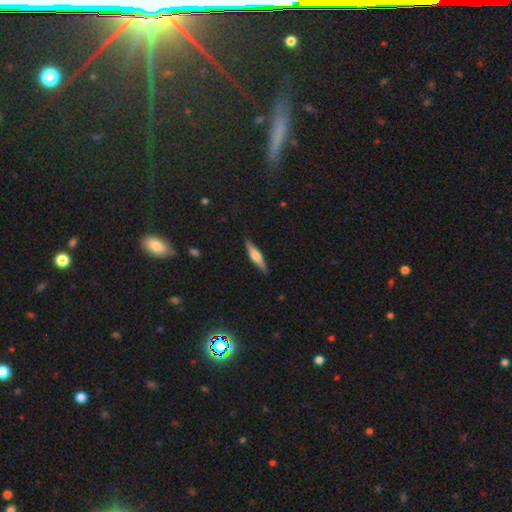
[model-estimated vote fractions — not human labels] A featured or disk galaxy (54%) viewed edge-on (96%) with a rounded central bulge (80%). Merging: none (88%).